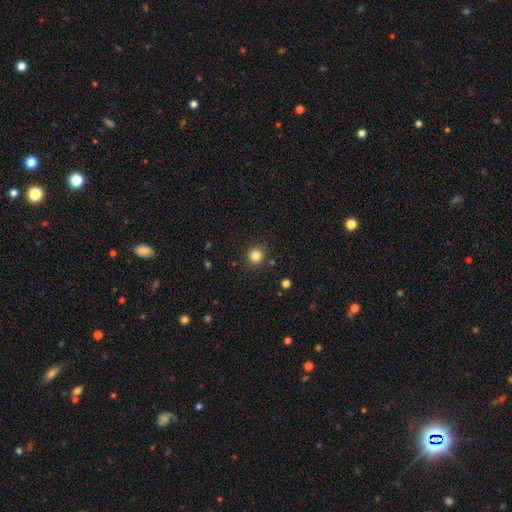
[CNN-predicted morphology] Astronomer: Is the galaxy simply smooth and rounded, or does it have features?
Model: smooth — 83%.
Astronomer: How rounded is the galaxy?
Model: round — 86%.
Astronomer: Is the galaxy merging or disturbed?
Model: none — 87%.